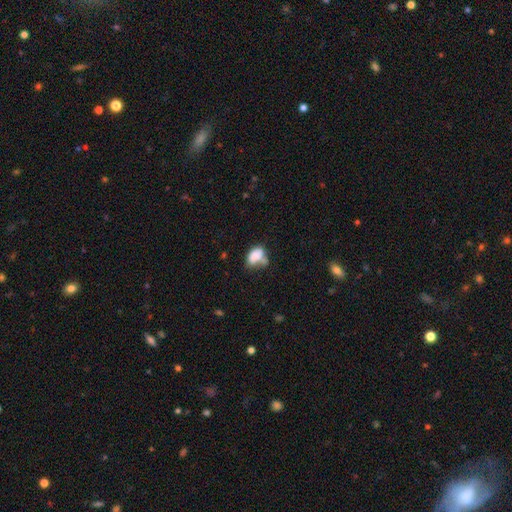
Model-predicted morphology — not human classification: A smooth galaxy with no disk features (73%) that is in between round and cigar-shaped (85%).

Vote fractions:
- Smooth or featured? smooth: 73% / featured or disk: 17% / star or artifact: 10%
- How rounded? in between: 85% / round: 13% / cigar-shaped: 2%
- Merging? merger: 33% / none: 30% / minor disturbance: 23% / major disturbance: 15%